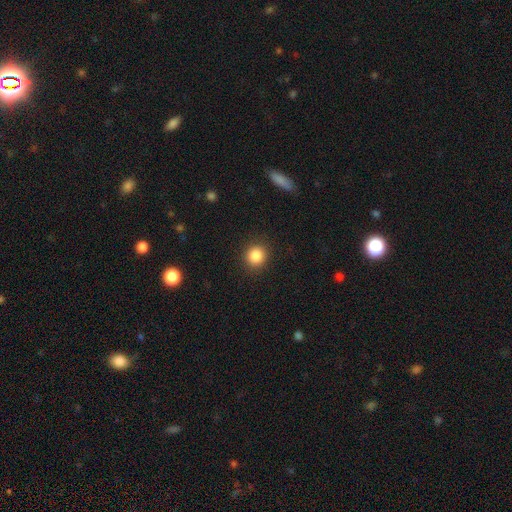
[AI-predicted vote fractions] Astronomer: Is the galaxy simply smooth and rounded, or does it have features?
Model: smooth — 85%.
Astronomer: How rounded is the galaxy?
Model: round — 88%.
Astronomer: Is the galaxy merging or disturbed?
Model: none — 90%.